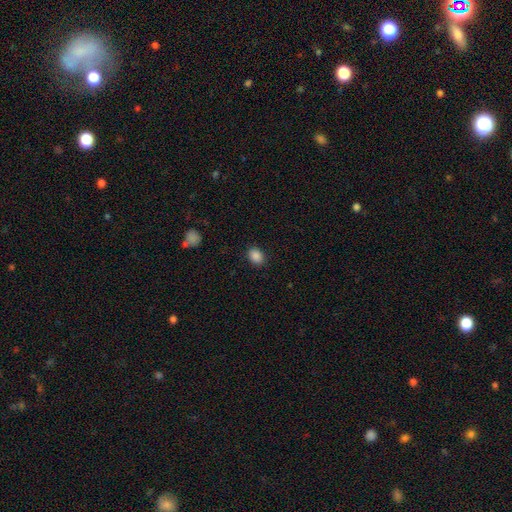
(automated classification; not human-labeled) Smooth or featured: smooth — 88% (star or artifact — 9%)
How rounded: in between — 67% (round — 32%)
Merging: none — 88% (minor disturbance — 8%)